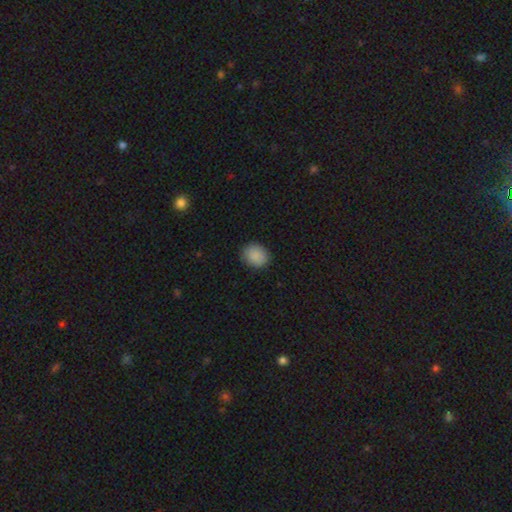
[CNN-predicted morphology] Smooth or featured? smooth (89%)
How rounded? round (65%)
Merging? none (86%)